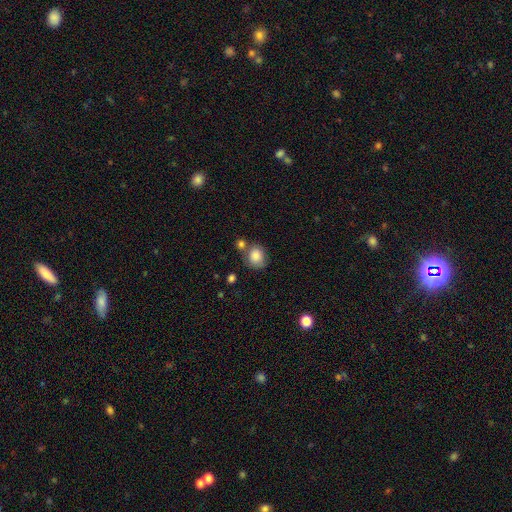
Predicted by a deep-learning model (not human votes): Overall: smooth (84%). How rounded: round (66%; in between 33%). Merging: none (60%).